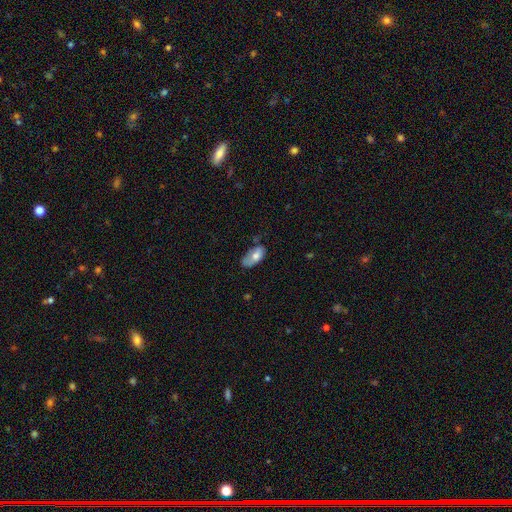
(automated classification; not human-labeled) Smooth or featured?
  - smooth: 70% *
  - featured or disk: 23%
  - star or artifact: 7%
How rounded?
  - in between: 91% *
  - cigar-shaped: 6%
  - round: 3%
Merging?
  - none: 42% *
  - minor disturbance: 38%
  - major disturbance: 16%
  - merger: 4%